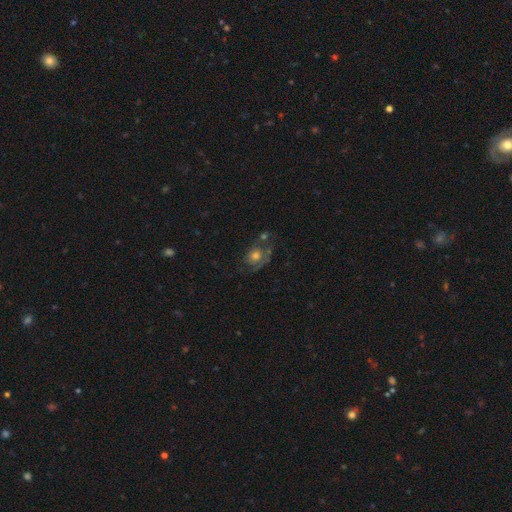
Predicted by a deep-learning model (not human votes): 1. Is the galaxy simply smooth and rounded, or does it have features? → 48% featured or disk, 38% smooth, 14% star or artifact.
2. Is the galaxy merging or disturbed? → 44% none, 21% minor disturbance, 20% major disturbance, 15% merger.